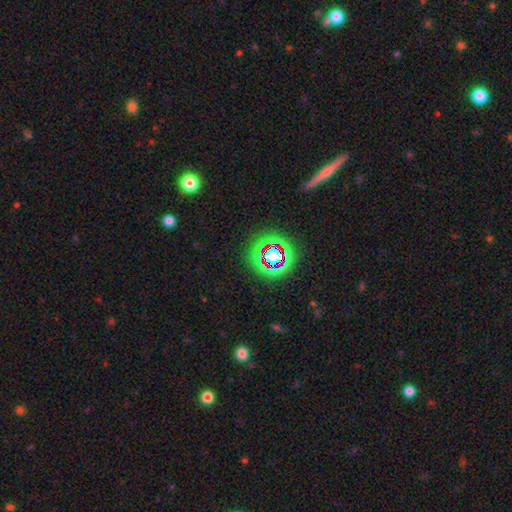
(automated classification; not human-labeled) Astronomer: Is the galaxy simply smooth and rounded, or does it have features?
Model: star or artifact — 63%.